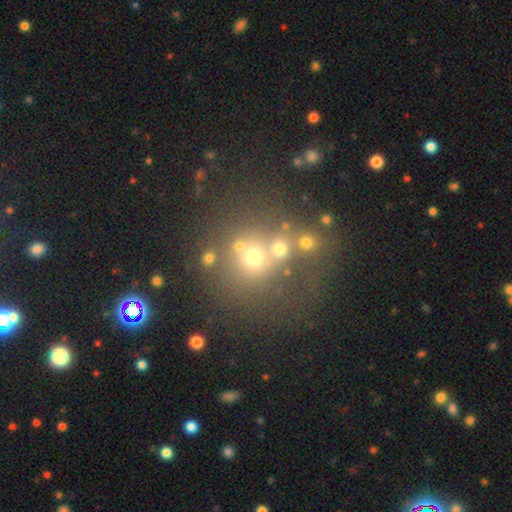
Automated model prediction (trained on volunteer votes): A smooth galaxy with no disk features (49%).

Vote fractions:
- Smooth or featured? smooth: 49% / star or artifact: 31% / featured or disk: 20%
- Merging? none: 52% / merger: 31% / minor disturbance: 10% / major disturbance: 7%